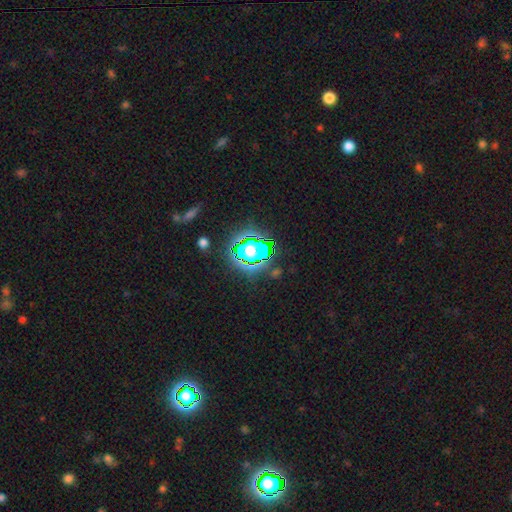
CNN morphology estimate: Smooth or featured? Predicted: star or artifact (p=0.77).